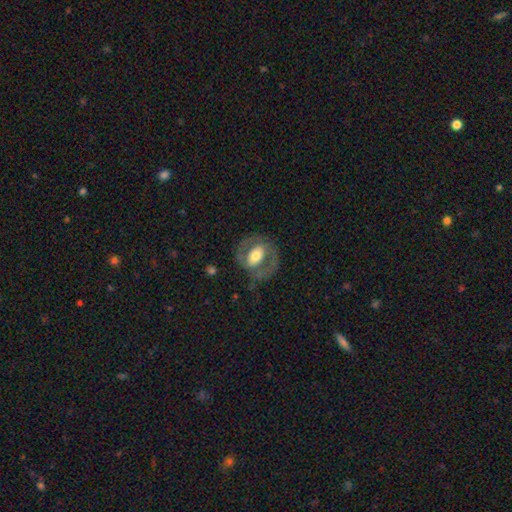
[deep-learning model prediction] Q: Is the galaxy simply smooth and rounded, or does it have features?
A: featured or disk — 63%.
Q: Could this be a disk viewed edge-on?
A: no — 95%.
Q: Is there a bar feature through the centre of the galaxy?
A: no — 39%.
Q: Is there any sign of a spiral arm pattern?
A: yes — 53%.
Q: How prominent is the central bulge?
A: moderate — 54%.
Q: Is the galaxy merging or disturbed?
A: none — 65%.